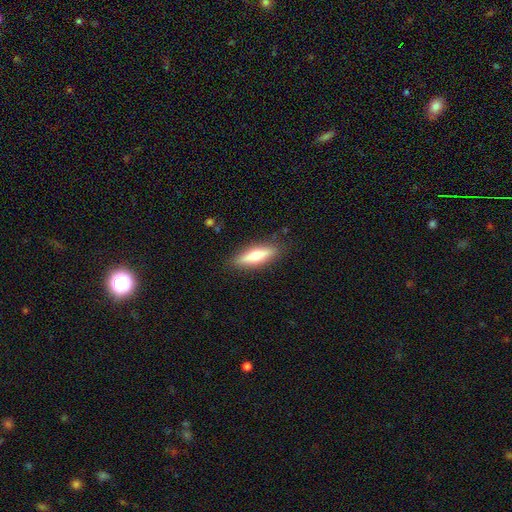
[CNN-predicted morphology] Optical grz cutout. It shows a smooth galaxy with no disk features (54%) that is cigar-shaped (63%). Merging: none (87%).